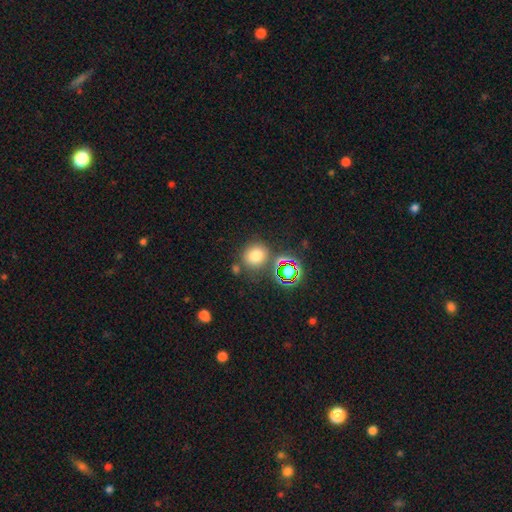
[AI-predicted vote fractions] This is likely a smooth galaxy (71%). How rounded: likely round (78%). Merging: likely none (73%).